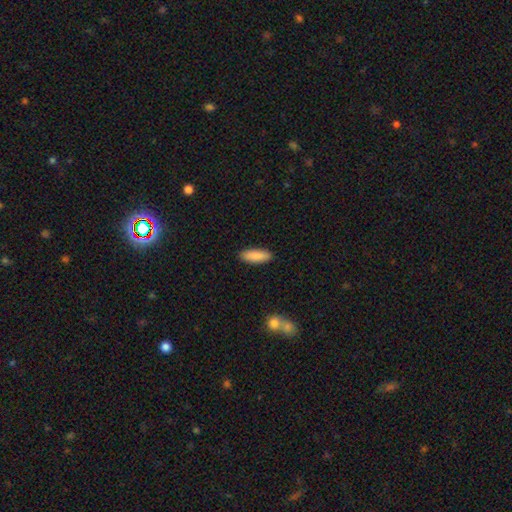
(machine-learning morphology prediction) smooth_or_featured: smooth (p=0.87) [alt: featured or disk p=0.07]
how_rounded: in between (p=0.57) [alt: cigar-shaped p=0.42]
merging: none (p=0.89) [alt: minor disturbance p=0.08]